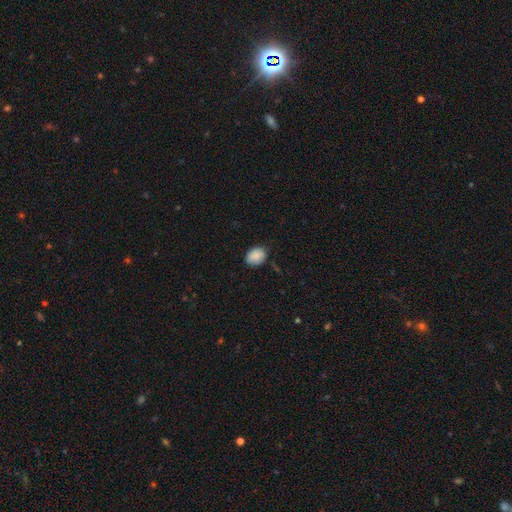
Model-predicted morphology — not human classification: Q: Smooth or featured?
A: smooth (86%); runner-up: star or artifact (8%)
Q: How rounded?
A: in between (59%); runner-up: round (40%)
Q: Merging?
A: none (73%); runner-up: minor disturbance (22%)